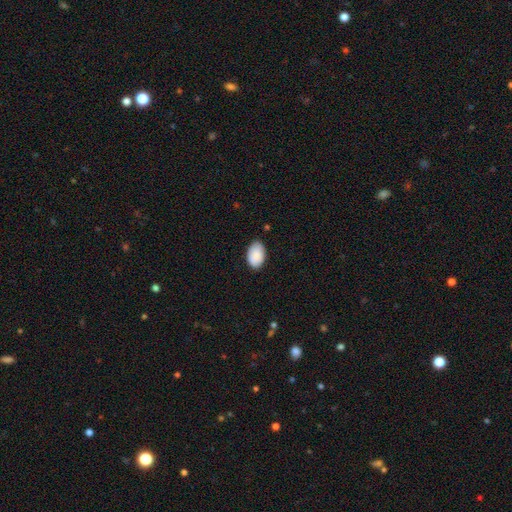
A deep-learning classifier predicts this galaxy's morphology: smooth-or-featured: smooth: 89% | star or artifact: 6% | featured or disk: 5%
  how-rounded: in between: 92% | round: 7% | cigar-shaped: 1%
  merging: none: 83% | minor disturbance: 14% | major disturbance: 2% | merger: 1%